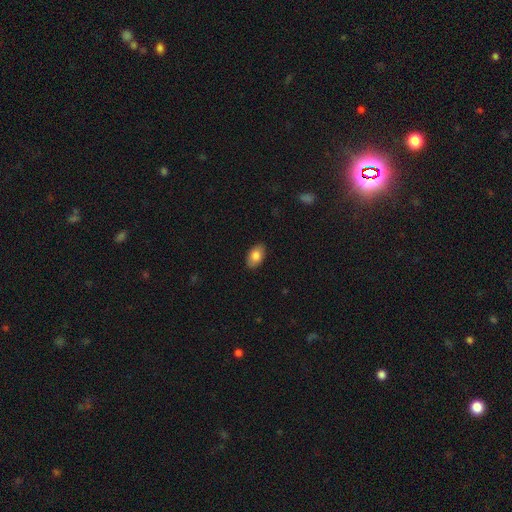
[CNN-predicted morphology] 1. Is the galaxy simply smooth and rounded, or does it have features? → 82% smooth, 11% featured or disk, 7% star or artifact.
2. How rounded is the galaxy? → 92% in between, 6% round, 1% cigar-shaped.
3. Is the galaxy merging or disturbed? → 88% none, 9% minor disturbance, 2% major disturbance, 1% merger.